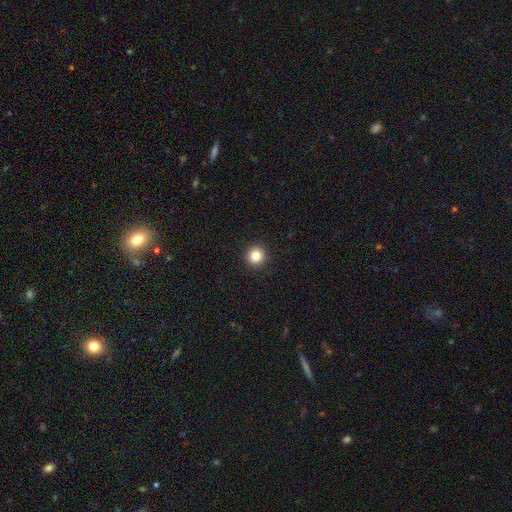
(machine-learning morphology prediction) smooth_or_featured: smooth (p=0.85) [alt: star or artifact p=0.11]
how_rounded: round (p=0.95) [alt: in between p=0.04]
merging: none (p=0.93) [alt: minor disturbance p=0.05]